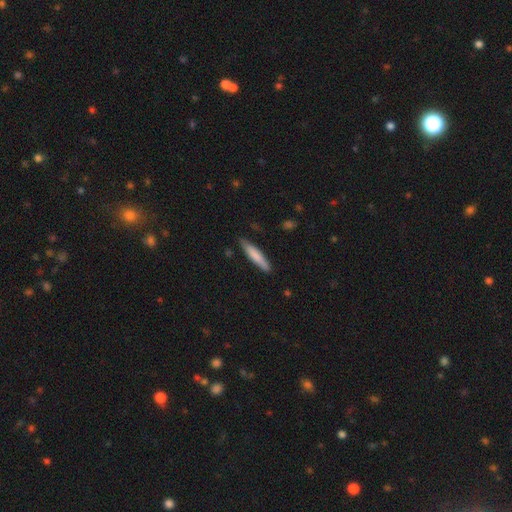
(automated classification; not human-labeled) smooth_or_featured: smooth (p=0.76) [alt: featured or disk p=0.18]
how_rounded: cigar-shaped (p=0.89) [alt: in between p=0.10]
merging: none (p=0.85) [alt: minor disturbance p=0.12]